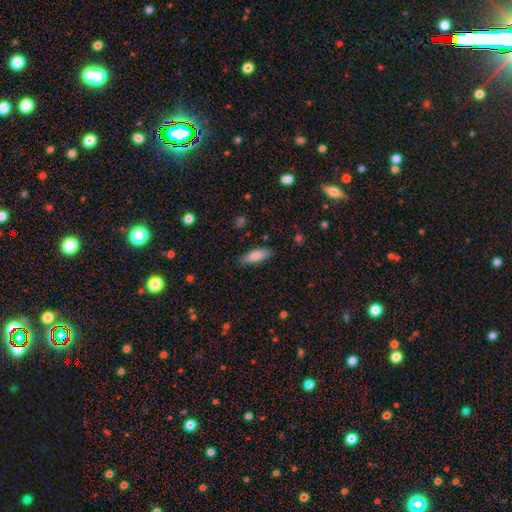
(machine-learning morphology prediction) type=smooth (79%); roundness=in between (56%); merging=none (80%).